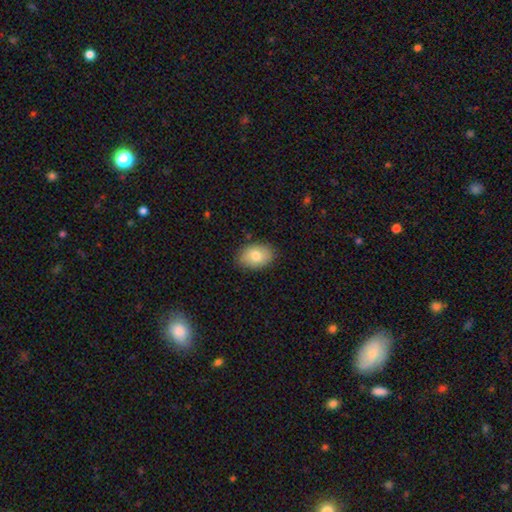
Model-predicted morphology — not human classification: Overall: smooth (79%). How rounded: in between (84%). Merging: none (86%).